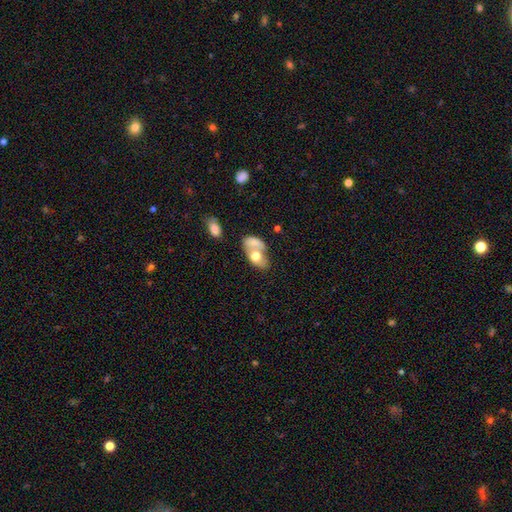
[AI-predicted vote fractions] smooth 65%, featured or disk 28%, star or artifact 7%. Down the decision tree: how rounded — in between (84%); merging — merger (65%).